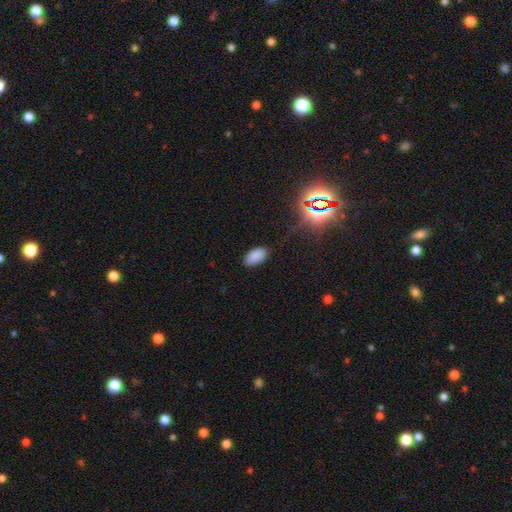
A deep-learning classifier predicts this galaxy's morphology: Overall: smooth (83%). How rounded: in between (95%). Merging: none (84%).